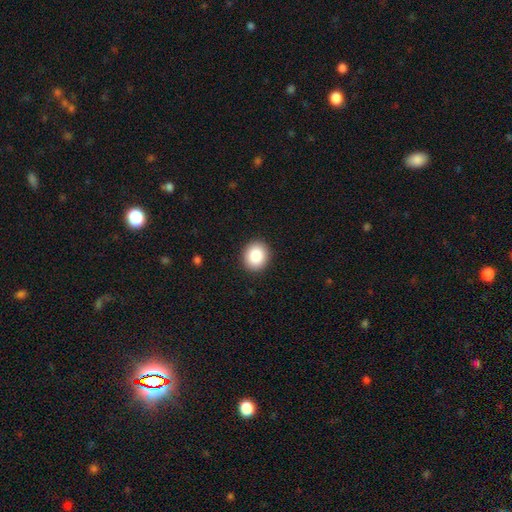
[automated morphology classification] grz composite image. It shows a smooth galaxy with no disk features (88%) that is round (73%). Merging: none (91%).